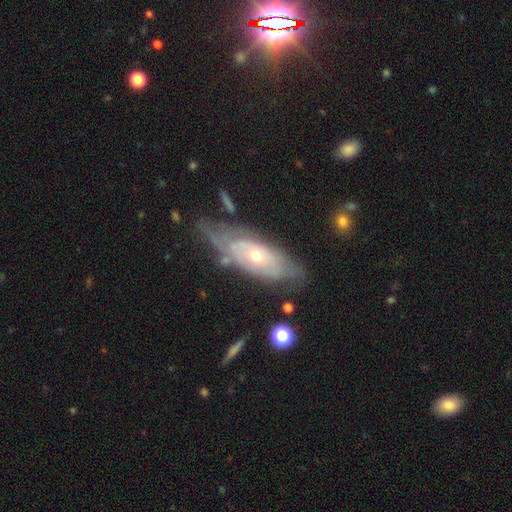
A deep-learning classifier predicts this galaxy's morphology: This is likely a featured or disk galaxy (71%). It is clearly not viewed edge-on (83%). Bar: clearly no (81%). Spiral arm pattern: likely yes (67%). Central bulge: possibly moderate (57%). Merging: possibly none (55%).